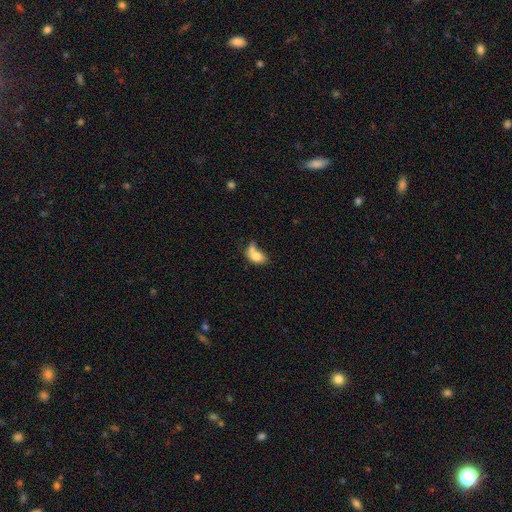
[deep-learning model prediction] This is likely a smooth galaxy (73%). How rounded: clearly in between (82%). Merging: marginally merger (40%).